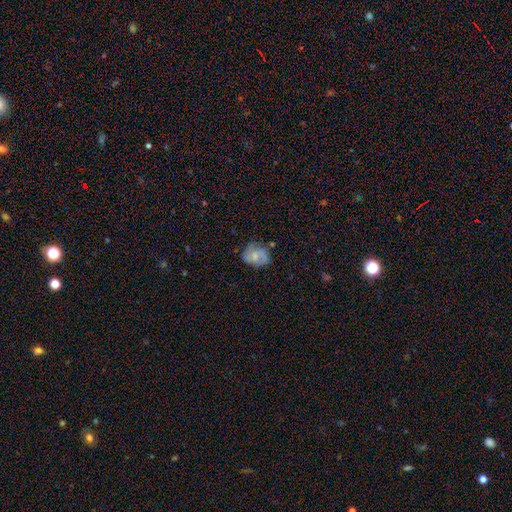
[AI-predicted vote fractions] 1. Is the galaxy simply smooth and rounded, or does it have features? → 52% featured or disk, 40% smooth, 8% star or artifact.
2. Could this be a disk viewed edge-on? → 97% no, 3% yes.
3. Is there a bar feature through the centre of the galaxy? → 67% no, 29% weak, 5% strong.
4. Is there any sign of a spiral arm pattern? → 77% yes, 23% no.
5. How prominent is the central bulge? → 44% small, 42% moderate, 10% none, 3% large, 1% dominant.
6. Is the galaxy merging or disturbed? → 58% none, 27% minor disturbance, 11% major disturbance, 4% merger.